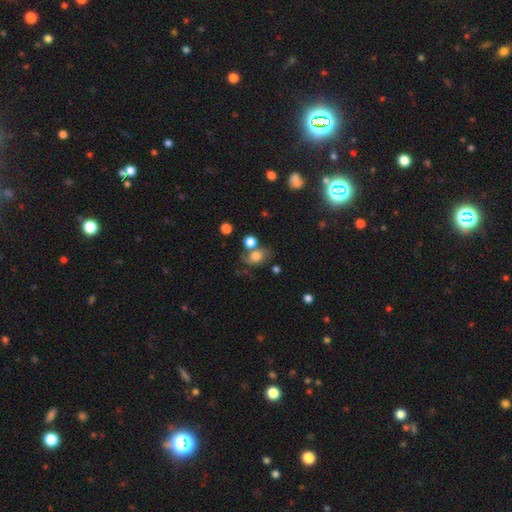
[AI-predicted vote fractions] Smooth or featured?
  - smooth: 59% *
  - featured or disk: 28%
  - star or artifact: 13%
How rounded?
  - in between: 59% *
  - round: 39%
  - cigar-shaped: 2%
Merging?
  - none: 44% *
  - minor disturbance: 22%
  - merger: 20%
  - major disturbance: 14%